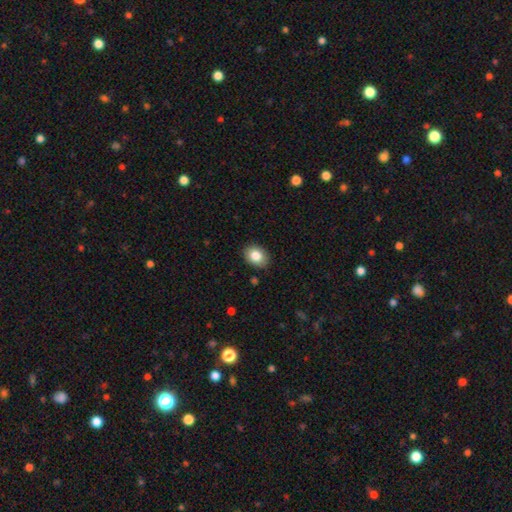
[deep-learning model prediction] A smooth galaxy with no disk features (84%) that is in between round and cigar-shaped (67%). Merging: none (88%).